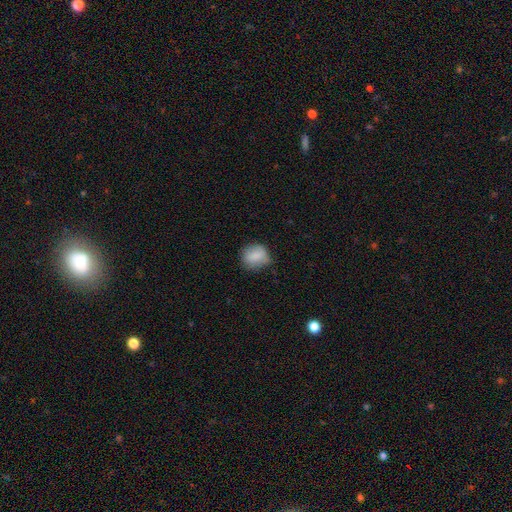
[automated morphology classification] Smooth or featured?
  - smooth: 82% *
  - featured or disk: 10%
  - star or artifact: 8%
How rounded?
  - round: 64% *
  - in between: 35%
  - cigar-shaped: 1%
Merging?
  - none: 61% *
  - minor disturbance: 30%
  - major disturbance: 7%
  - merger: 2%